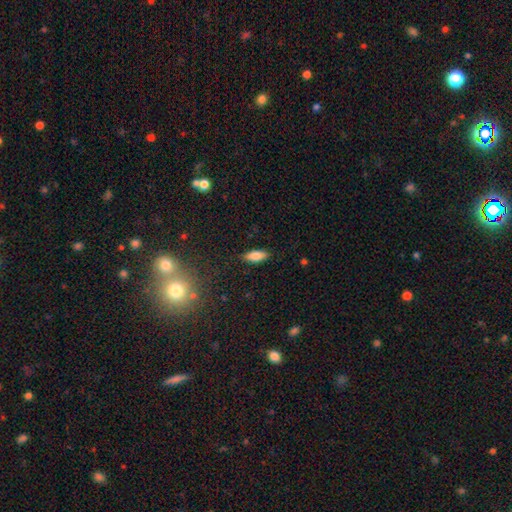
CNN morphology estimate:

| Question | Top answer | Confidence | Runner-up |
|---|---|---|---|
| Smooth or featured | smooth | 81% | featured or disk (12%) |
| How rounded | in between | 76% | cigar-shaped (21%) |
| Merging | none | 86% | minor disturbance (10%) |